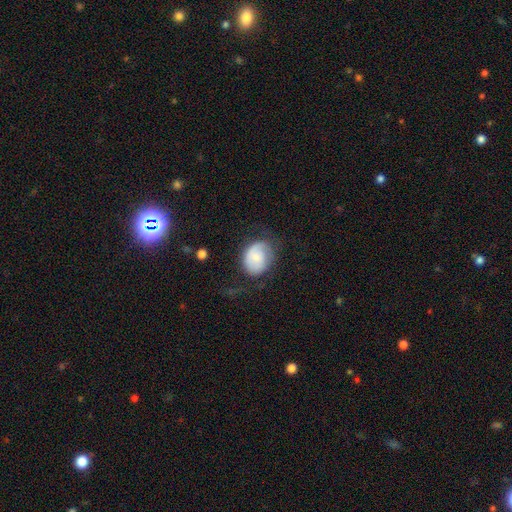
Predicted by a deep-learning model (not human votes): smooth_or_featured: smooth (p=0.61) [alt: featured or disk p=0.32]
how_rounded: in between (p=0.52) [alt: round p=0.47]
merging: none (p=0.50) [alt: minor disturbance p=0.27]